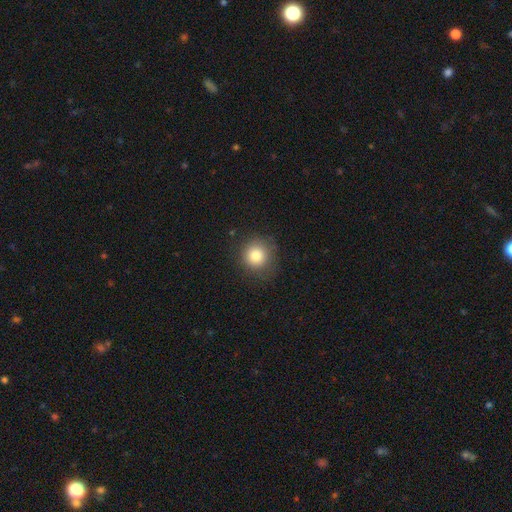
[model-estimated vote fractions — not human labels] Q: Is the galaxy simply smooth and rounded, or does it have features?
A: smooth — 81%.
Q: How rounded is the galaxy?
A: round — 91%.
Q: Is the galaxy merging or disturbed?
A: none — 83%.